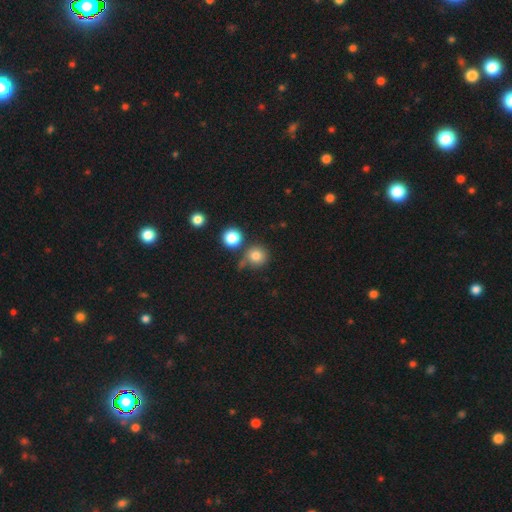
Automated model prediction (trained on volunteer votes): Morphology: type=smooth (80%); roundness=round (92%); merging=none (68%).